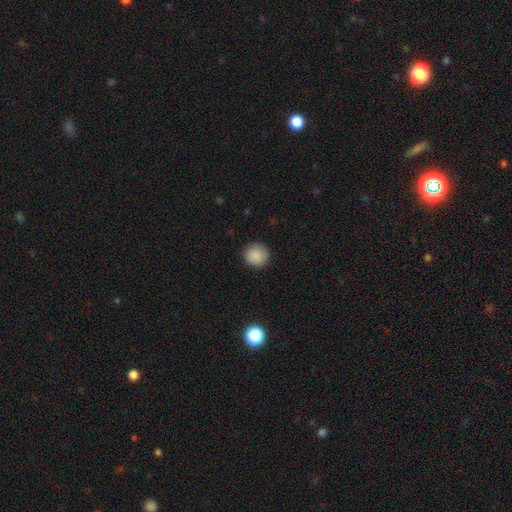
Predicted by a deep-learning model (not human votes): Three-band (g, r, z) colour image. It shows a smooth galaxy with no disk features (88%) that is round (94%). Merging: none (91%).